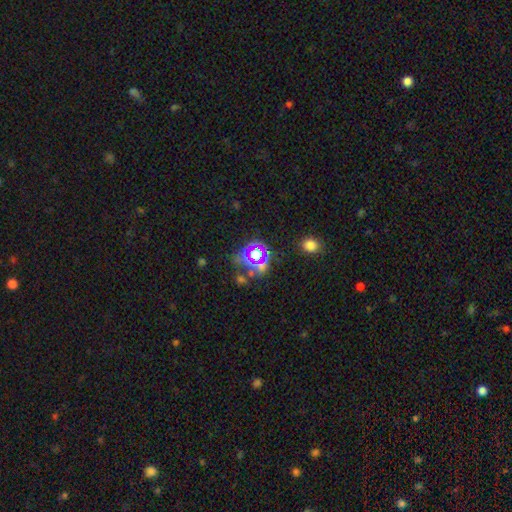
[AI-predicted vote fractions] This appears to be a star or artifact, not a galaxy (65%).